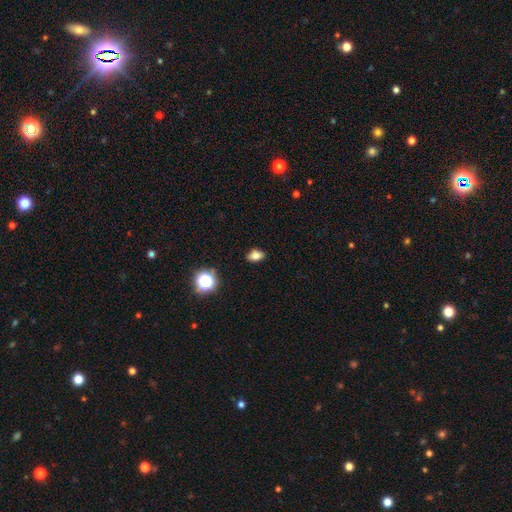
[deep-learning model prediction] smooth-or-featured: smooth: 77% | star or artifact: 14% | featured or disk: 10%
  how-rounded: in between: 80% | round: 17% | cigar-shaped: 2%
  merging: none: 85% | minor disturbance: 11% | major disturbance: 2% | merger: 1%